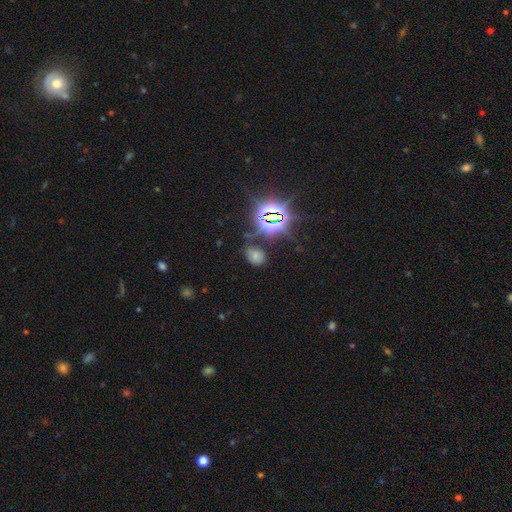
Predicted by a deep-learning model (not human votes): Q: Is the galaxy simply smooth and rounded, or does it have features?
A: smooth — 48%.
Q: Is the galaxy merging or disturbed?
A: none — 70%.